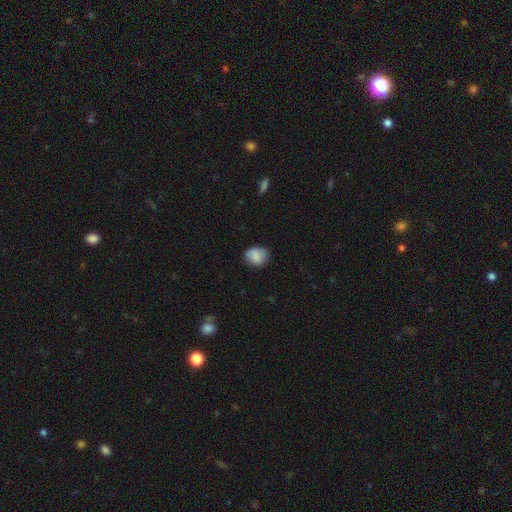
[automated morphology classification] smooth-or-featured: smooth: 80% | featured or disk: 12% | star or artifact: 8%
  how-rounded: round: 59% | in between: 40% | cigar-shaped: 1%
  merging: none: 70% | minor disturbance: 24% | major disturbance: 5% | merger: 1%